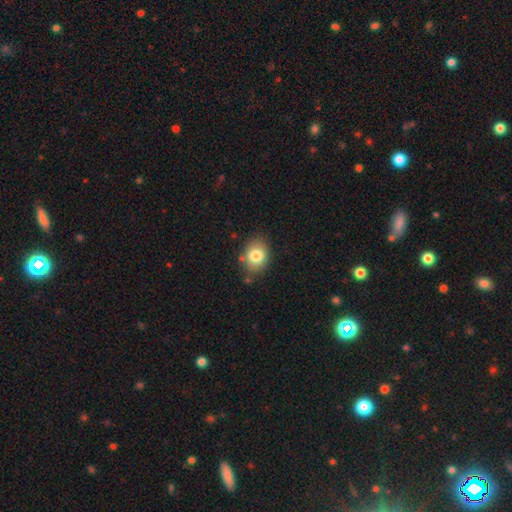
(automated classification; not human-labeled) smooth-or-featured: smooth: 81% | featured or disk: 10% | star or artifact: 9%
  how-rounded: in between: 55% | round: 44% | cigar-shaped: 1%
  merging: none: 80% | minor disturbance: 14% | major disturbance: 3% | merger: 3%